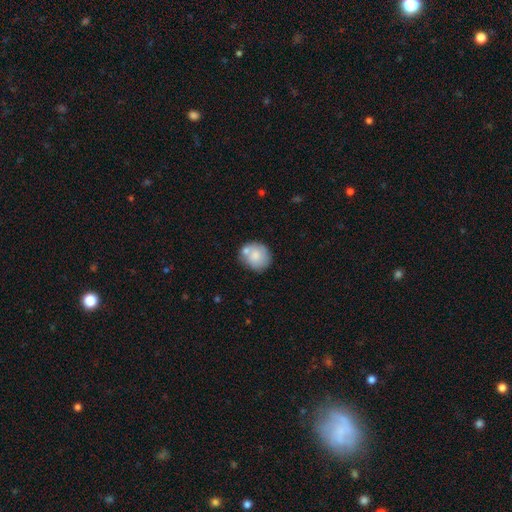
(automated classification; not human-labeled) Smooth or featured?
  - smooth: 73% *
  - featured or disk: 20%
  - star or artifact: 7%
How rounded?
  - round: 79% *
  - in between: 20%
  - cigar-shaped: 1%
Merging?
  - none: 55% *
  - merger: 22%
  - minor disturbance: 18%
  - major disturbance: 5%